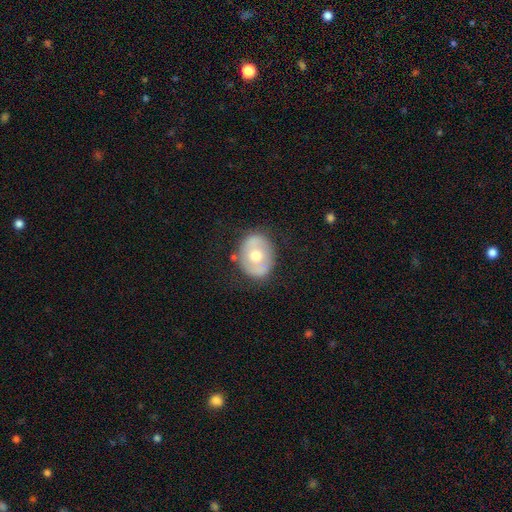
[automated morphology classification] smooth_or_featured: smooth (p=0.47) [alt: featured or disk p=0.46]
merging: none (p=0.78) [alt: minor disturbance p=0.15]